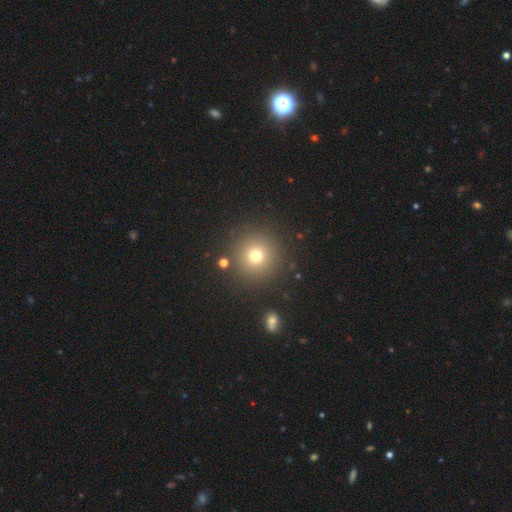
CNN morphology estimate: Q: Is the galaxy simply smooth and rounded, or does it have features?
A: smooth — 73%.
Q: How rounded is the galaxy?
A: round — 95%.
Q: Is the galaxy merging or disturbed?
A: none — 89%.